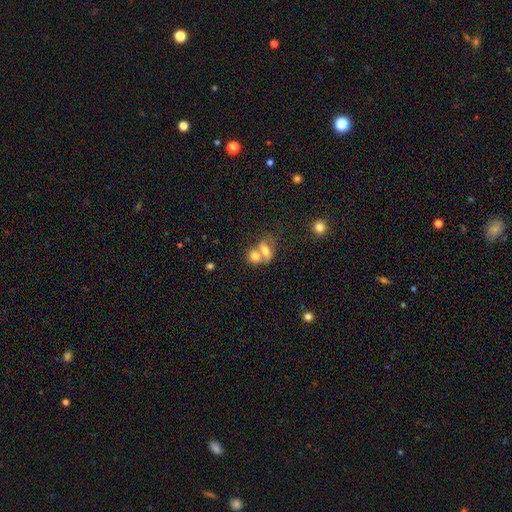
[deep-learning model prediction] This appears to be a smooth galaxy with no disk features (72%) that is in between round and cigar-shaped (62%). Merging: merger (65%).